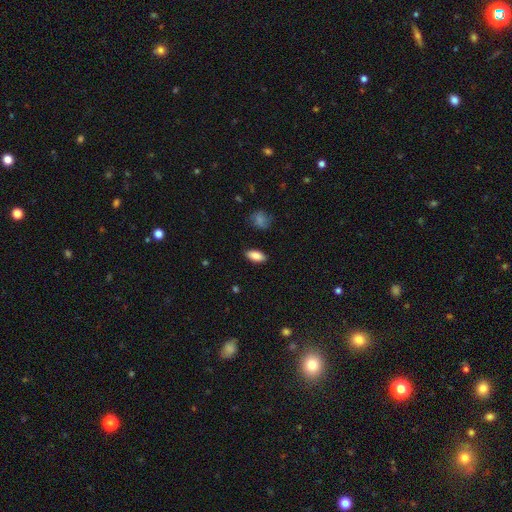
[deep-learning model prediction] smooth 87%, star or artifact 7%, featured or disk 6%. Down the decision tree: how rounded — in between (89%); merging — none (87%).